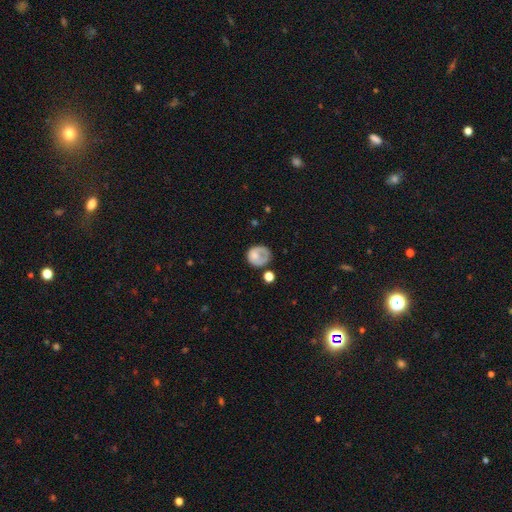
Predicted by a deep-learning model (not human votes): Smooth or featured: smooth — 64% (featured or disk — 27%)
How rounded: round — 72% (in between — 27%)
Merging: none — 45% (minor disturbance — 26%)